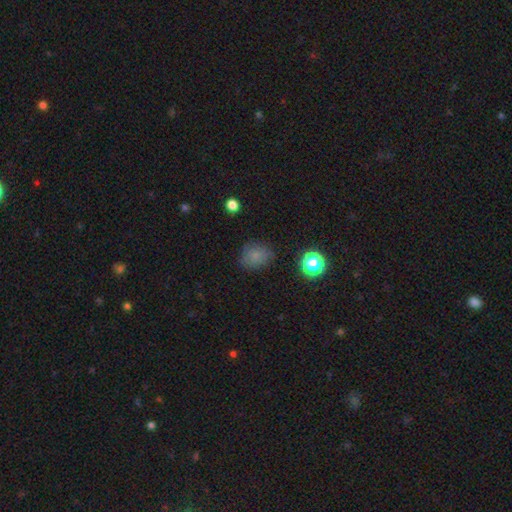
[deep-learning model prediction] The model was most divided on "how rounded": round: 66%, in between: 33%, cigar-shaped: 1%. More confident: smooth or featured — smooth (76%); merging — none (75%).